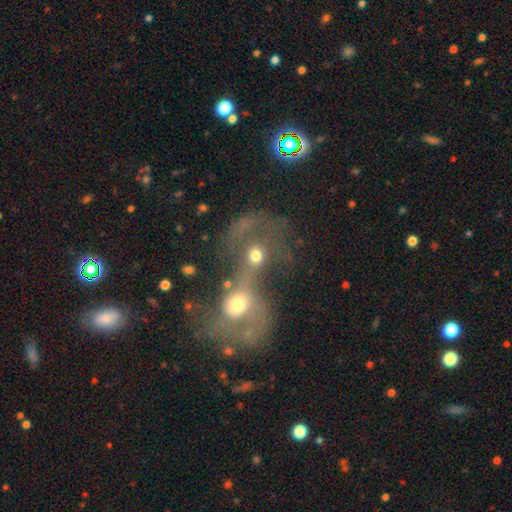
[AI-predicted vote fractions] smooth_or_featured: smooth (p=0.49) [alt: featured or disk p=0.35]
merging: merger (p=0.79) [alt: major disturbance p=0.09]